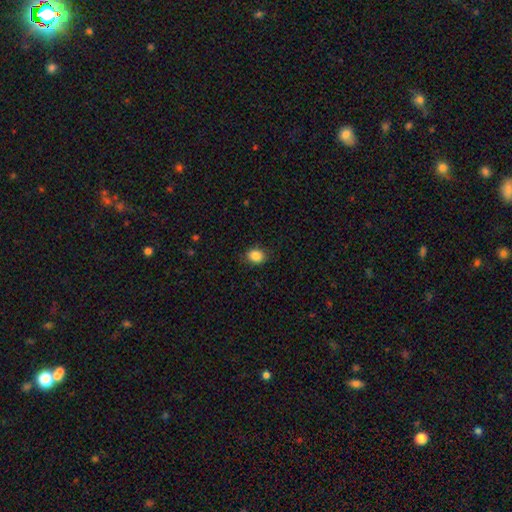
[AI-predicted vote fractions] Smooth or featured: smooth — 87% (star or artifact — 9%)
How rounded: in between — 52% (round — 47%)
Merging: none — 84% (minor disturbance — 12%)